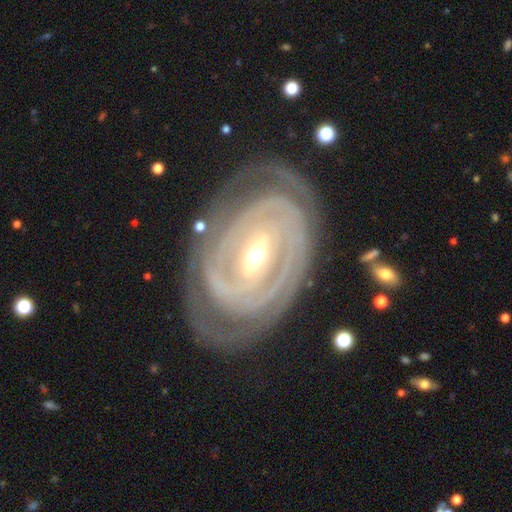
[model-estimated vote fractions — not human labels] A featured or disk galaxy (90%) with a weak bar (39%, tied with strong), 2 (42%) tight (80%) spiral arms (95%) and a moderate central bulge (57%).

Vote fractions:
- Smooth or featured? featured or disk: 90% / smooth: 5% / star or artifact: 4%
- Edge-on disk? no: 96% / yes: 4%
- Bar? weak: 39% (tied) / strong: 39% (tied) / no: 22%
- Spiral arms? yes: 95% / no: 5%
- Spiral winding? tight: 80% / medium: 16% / loose: 5%
- Spiral arm count? 2: 42% / can't tell: 23% / 3: 16% / 4: 7% / 1: 6% / more than 4: 6%
- Bulge size? moderate: 57% / small: 38% / large: 4% / dominant: 1% / none: 1%
- Merging? none: 69% / minor disturbance: 19% / major disturbance: 10% / merger: 2%